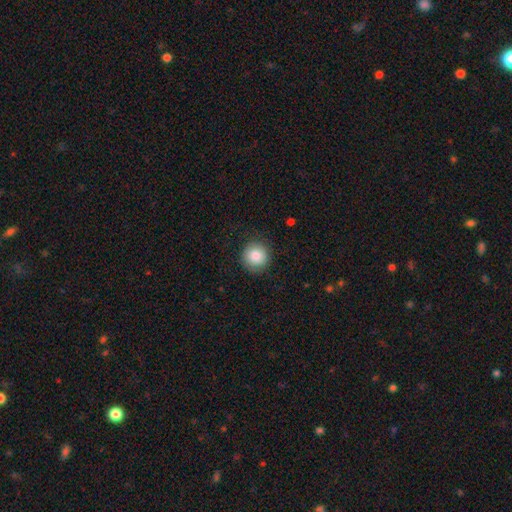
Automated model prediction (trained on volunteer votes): smooth 85%, star or artifact 8%, featured or disk 7%. Down the decision tree: how rounded — round (94%); merging — none (86%).